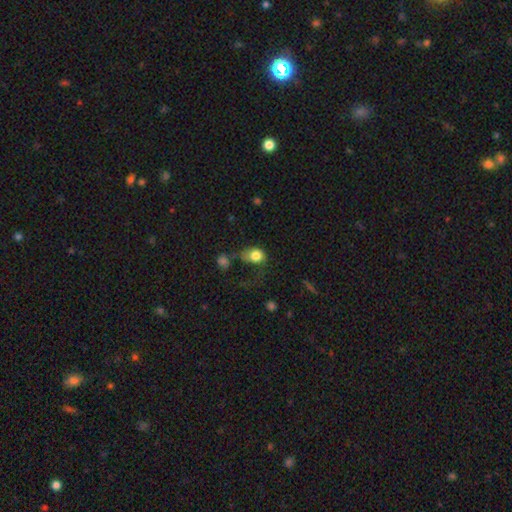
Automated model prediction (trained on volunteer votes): This appears to be a smooth galaxy with no disk features (81%) that is in between round and cigar-shaped (59%). Merging: major disturbance (32%, tied with none).